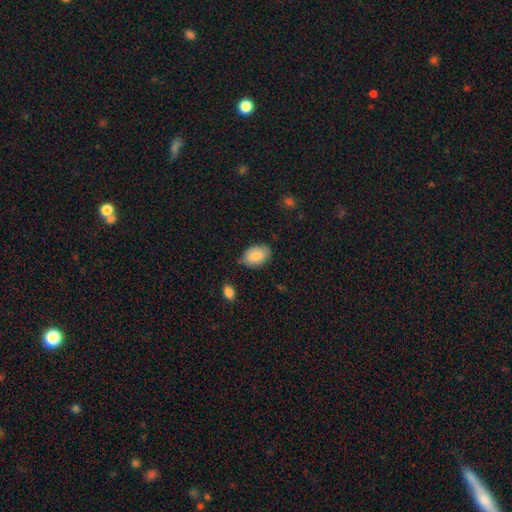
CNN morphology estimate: Smooth or featured? smooth (84%)
How rounded? in between (88%)
Merging? none (75%)